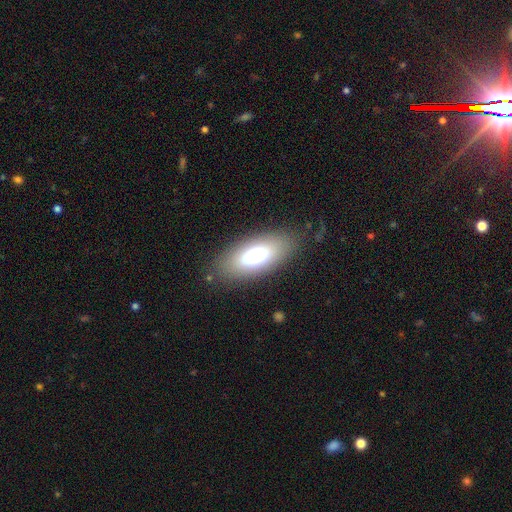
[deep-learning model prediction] Q: Smooth or featured?
A: smooth (66%); runner-up: featured or disk (24%)
Q: How rounded?
A: in between (85%); runner-up: cigar-shaped (9%)
Q: Merging?
A: none (82%); runner-up: minor disturbance (11%)